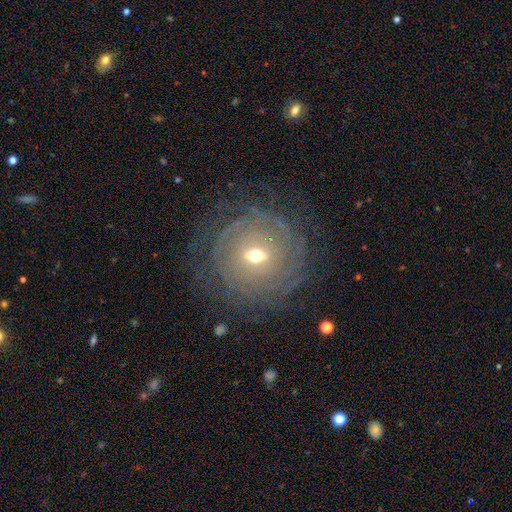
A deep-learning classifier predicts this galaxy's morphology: Overall: featured or disk (79%). Edge-on disk: no (94%). Bar: weak (47%; no 28%). Spiral arms: yes (85%). Spiral arm count: can't tell (45%; 2 17%). Spiral winding: tight (72%). Bulge size: moderate (50%; small 44%). Merging: none (75%).